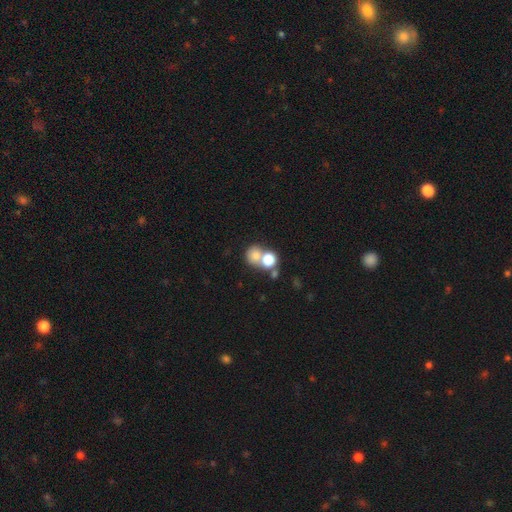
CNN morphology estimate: Q: Smooth or featured?
A: smooth (74%); runner-up: star or artifact (13%)
Q: How rounded?
A: round (76%); runner-up: in between (23%)
Q: Merging?
A: merger (51%); runner-up: none (37%)